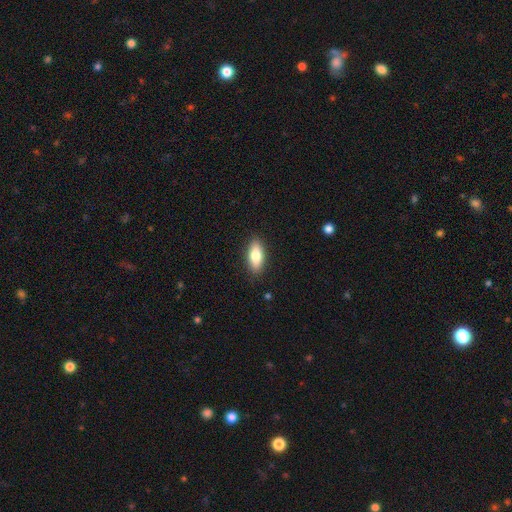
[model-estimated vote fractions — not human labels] Smooth or featured? Predicted: smooth (p=0.76). How rounded? Predicted: in between (p=0.76). Merging? Predicted: none (p=0.88).